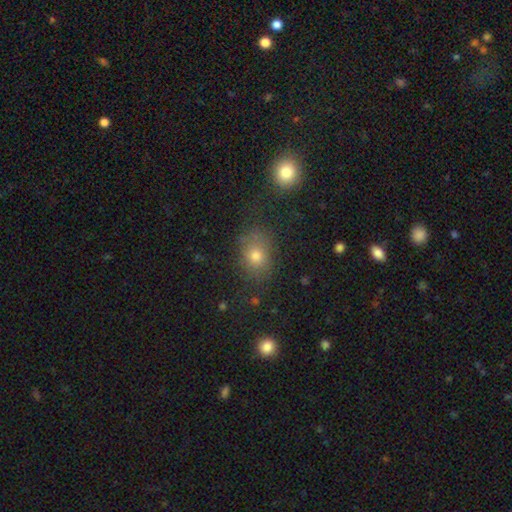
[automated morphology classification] smooth-or-featured: smooth: 74% | star or artifact: 15% | featured or disk: 11%
  how-rounded: in between: 55% | round: 44% | cigar-shaped: 1%
  merging: none: 71% | minor disturbance: 17% | major disturbance: 8% | merger: 4%